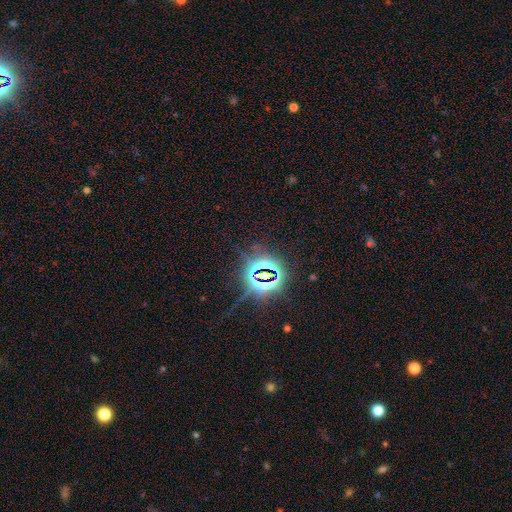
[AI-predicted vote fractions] star or artifact 84%, smooth 9%, featured or disk 7%.